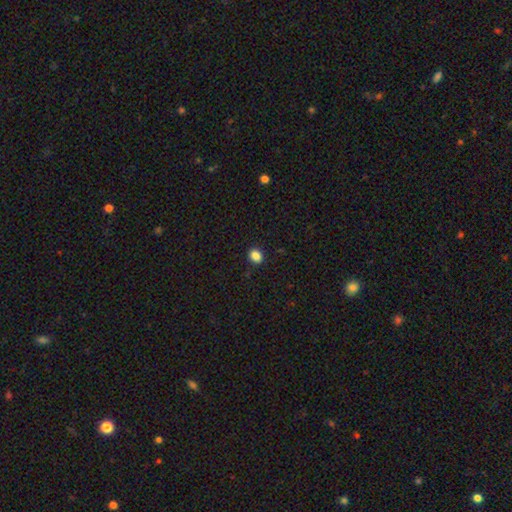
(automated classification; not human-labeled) smooth_or_featured: smooth (p=0.87) [alt: star or artifact p=0.10]
how_rounded: in between (p=0.51) [alt: round p=0.48]
merging: none (p=0.91) [alt: minor disturbance p=0.06]